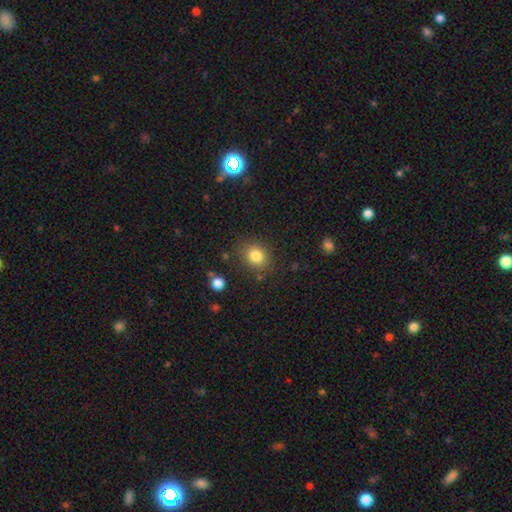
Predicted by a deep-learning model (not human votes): Smooth or featured?
  - smooth: 82% *
  - star or artifact: 12%
  - featured or disk: 7%
How rounded?
  - round: 65% *
  - in between: 34%
  - cigar-shaped: 1%
Merging?
  - none: 82% *
  - minor disturbance: 11%
  - major disturbance: 4%
  - merger: 3%